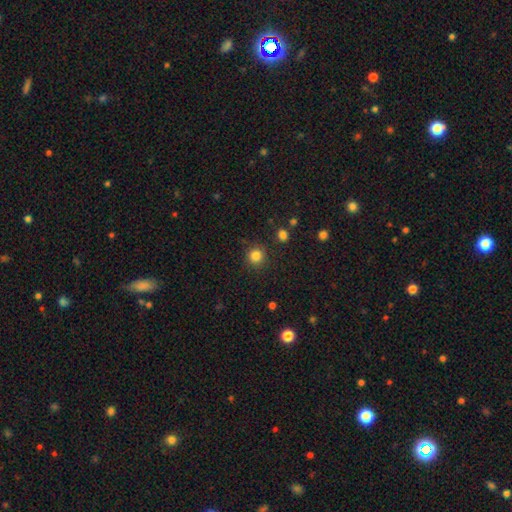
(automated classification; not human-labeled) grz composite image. It shows a smooth galaxy with no disk features (83%) that is round (93%). Merging: none (89%).